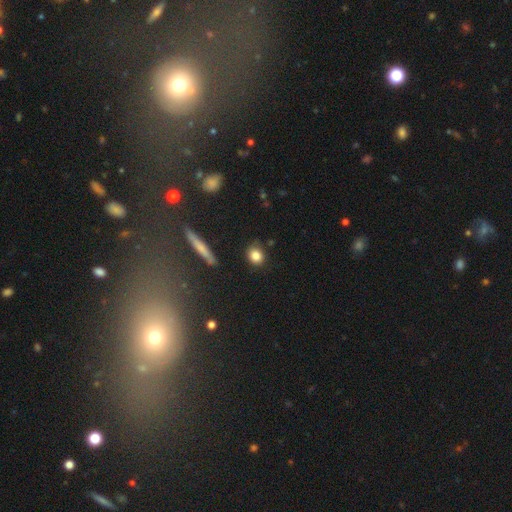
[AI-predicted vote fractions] Smooth or featured? smooth (84%)
How rounded? round (72%)
Merging? none (82%)